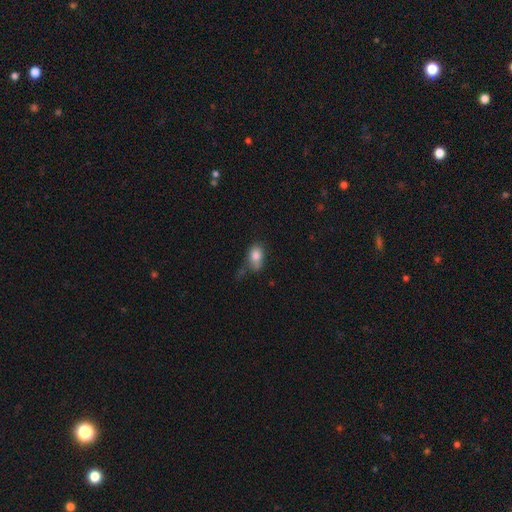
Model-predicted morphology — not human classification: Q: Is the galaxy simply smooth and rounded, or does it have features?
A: smooth — 82%.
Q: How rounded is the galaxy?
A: in between — 81%.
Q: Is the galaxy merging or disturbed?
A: none — 36%.